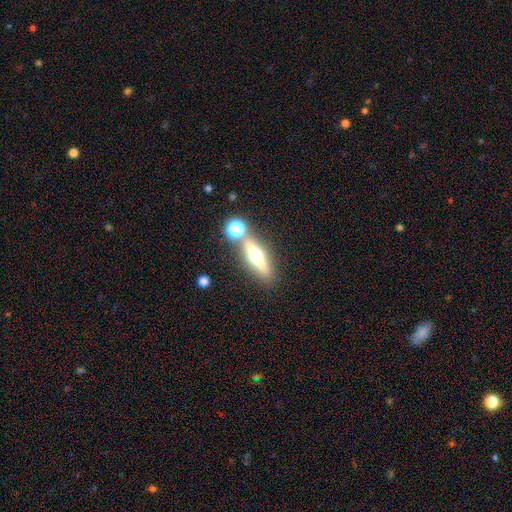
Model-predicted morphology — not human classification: The model was most divided on "smooth or featured": featured or disk: 59%, smooth: 32%, star or artifact: 9%. More confident: edge-on bulge — rounded (94%); edge-on disk — yes (91%); merging — none (76%).